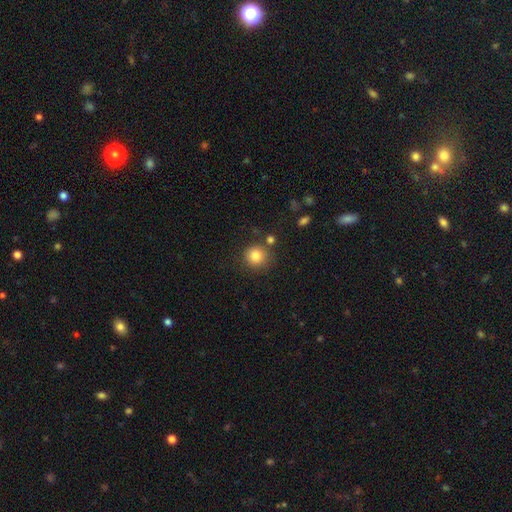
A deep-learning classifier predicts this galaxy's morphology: Overall: smooth (84%). How rounded: round (92%). Merging: none (79%).